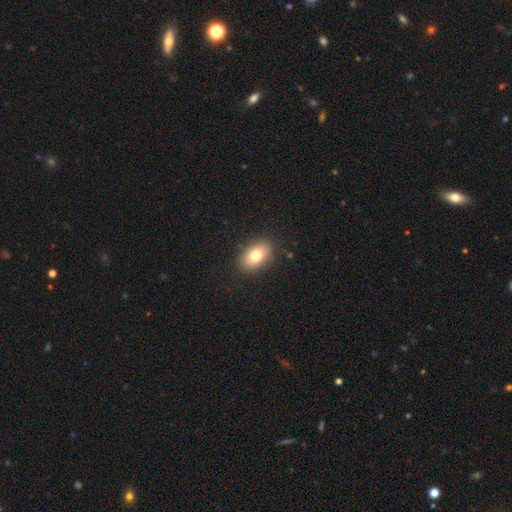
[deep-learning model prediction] Morphology: type=smooth (77%); roundness=in between (88%); merging=none (88%).